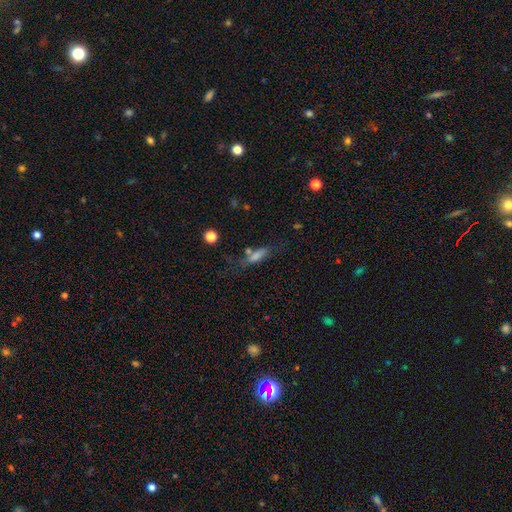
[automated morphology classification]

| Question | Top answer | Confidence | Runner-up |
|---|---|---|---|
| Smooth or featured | smooth | 73% | featured or disk (17%) |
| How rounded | cigar-shaped | 51% | in between (46%) |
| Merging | none | 55% | minor disturbance (21%) |